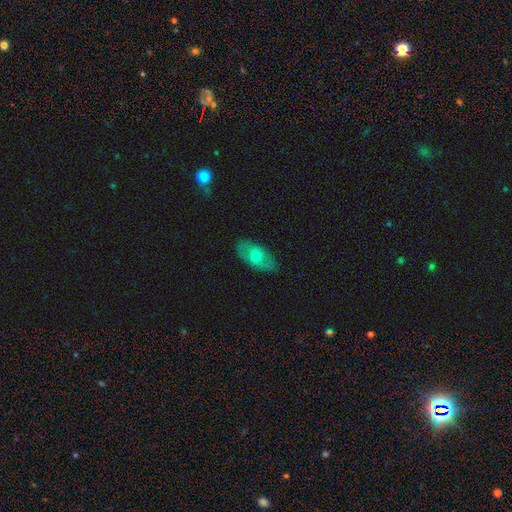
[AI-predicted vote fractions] smooth-or-featured: smooth: 56% | featured or disk: 37% | star or artifact: 7%
  how-rounded: in between: 90% | round: 6% | cigar-shaped: 4%
  merging: none: 85% | minor disturbance: 12% | major disturbance: 2% | merger: 1%